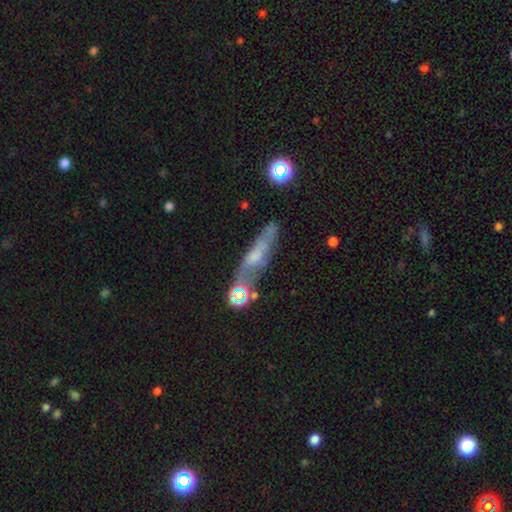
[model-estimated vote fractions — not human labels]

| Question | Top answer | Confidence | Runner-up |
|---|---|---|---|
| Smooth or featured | featured or disk | 58% | smooth (29%) |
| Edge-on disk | yes | 58% | no (42%) |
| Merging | none | 65% | minor disturbance (17%) |